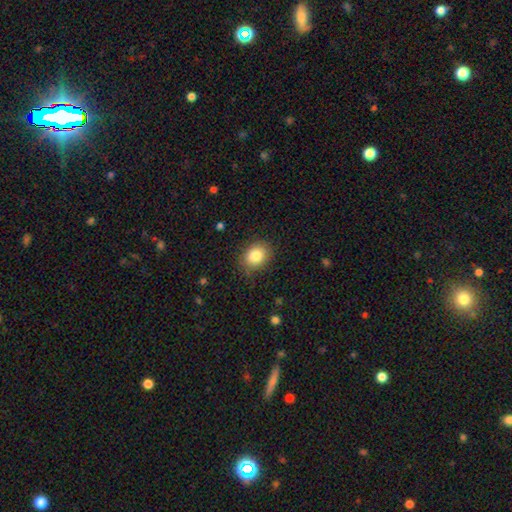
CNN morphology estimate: smooth-or-featured: smooth: 84% | star or artifact: 9% | featured or disk: 7%
  how-rounded: in between: 50% | round: 49% | cigar-shaped: 1%
  merging: none: 84% | minor disturbance: 12% | major disturbance: 3% | merger: 1%